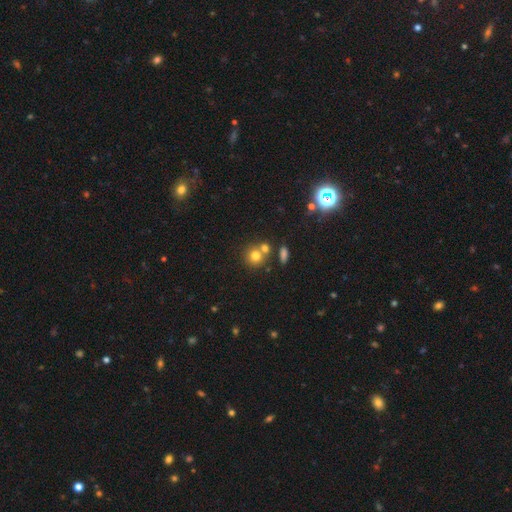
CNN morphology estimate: smooth 74%, star or artifact 14%, featured or disk 12%. Down the decision tree: how rounded — round (86%); merging — none (57%).